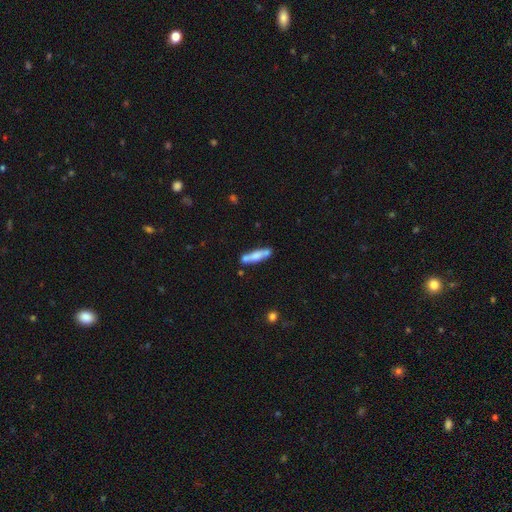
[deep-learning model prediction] smooth_or_featured: smooth (p=0.60) [alt: featured or disk p=0.33]
how_rounded: cigar-shaped (p=0.76) [alt: in between p=0.22]
merging: none (p=0.62) [alt: minor disturbance p=0.17]